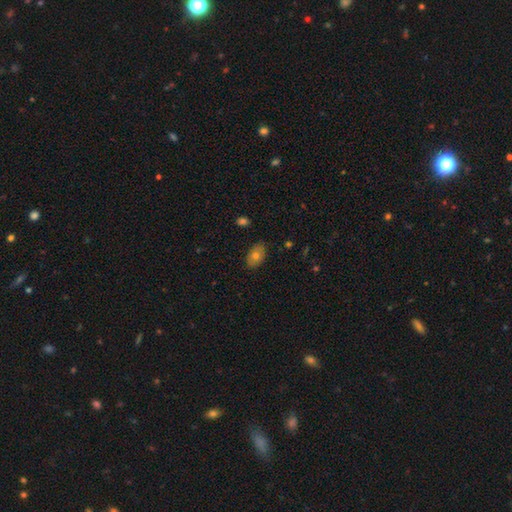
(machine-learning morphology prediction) Smooth or featured?
  - smooth: 74% *
  - featured or disk: 17%
  - star or artifact: 9%
How rounded?
  - in between: 87% *
  - round: 12%
  - cigar-shaped: 1%
Merging?
  - none: 84% *
  - minor disturbance: 13%
  - major disturbance: 2%
  - merger: 1%